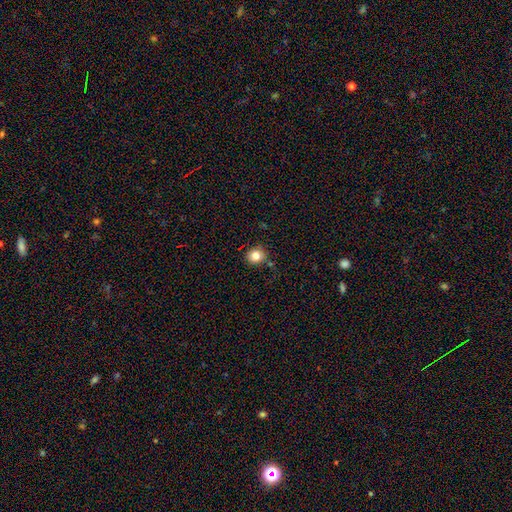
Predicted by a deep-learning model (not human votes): Morphology: type=smooth (81%); roundness=round (88%); merging=none (83%).